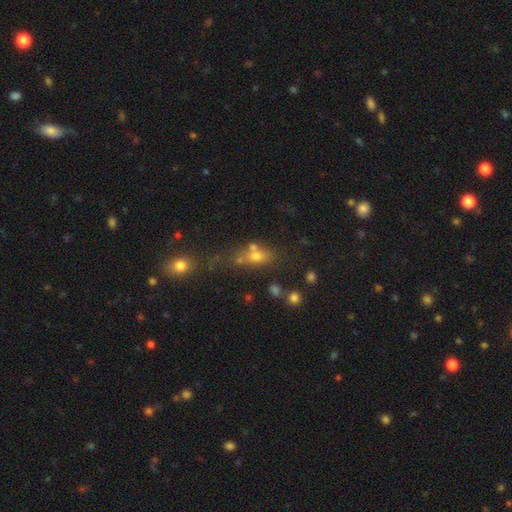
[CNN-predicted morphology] Q: Smooth or featured?
A: smooth (61%); runner-up: featured or disk (20%)
Q: How rounded?
A: in between (58%); runner-up: round (28%)
Q: Merging?
A: none (38%); runner-up: merger (36%)